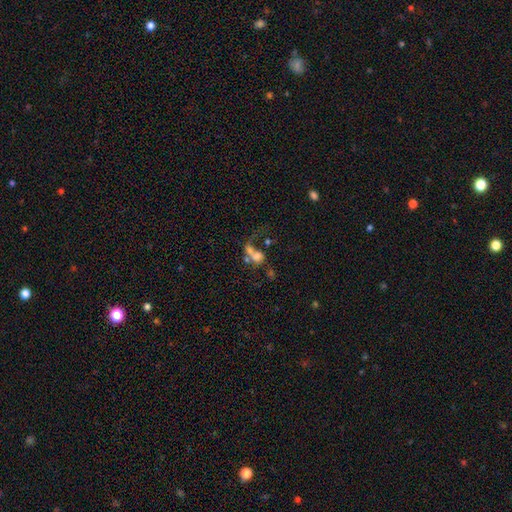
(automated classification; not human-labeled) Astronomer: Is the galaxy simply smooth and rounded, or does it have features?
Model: smooth — 54% (runner-up: featured or disk, 31%).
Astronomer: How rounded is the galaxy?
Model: round — 62%.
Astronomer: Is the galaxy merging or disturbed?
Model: merger — 56%.